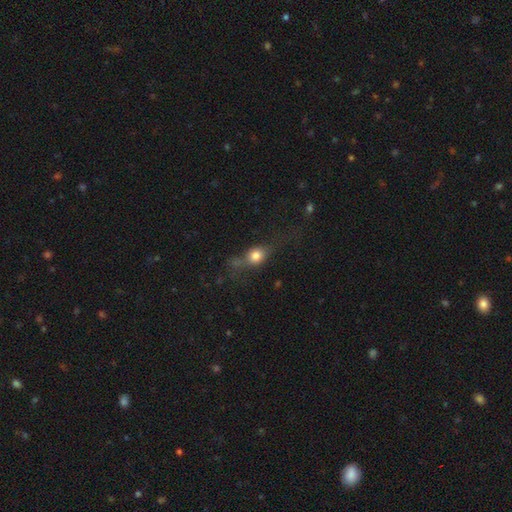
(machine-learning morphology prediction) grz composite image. It shows a smooth galaxy with no disk features (67%) that is round (49%). Merging: none (45%).